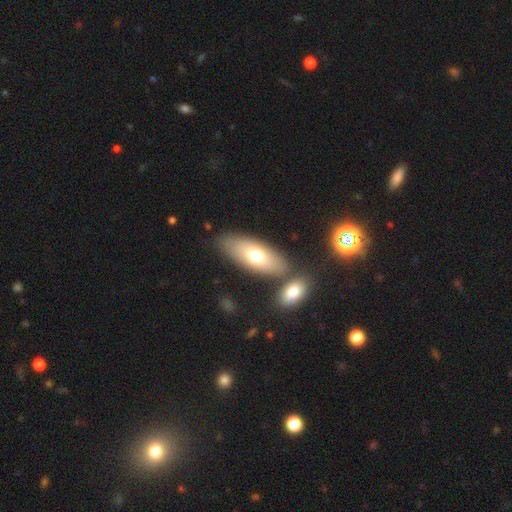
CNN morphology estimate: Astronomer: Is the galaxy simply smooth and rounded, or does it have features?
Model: smooth — 68%.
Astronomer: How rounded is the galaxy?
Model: in between — 80%.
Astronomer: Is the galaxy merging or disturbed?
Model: none — 71%.